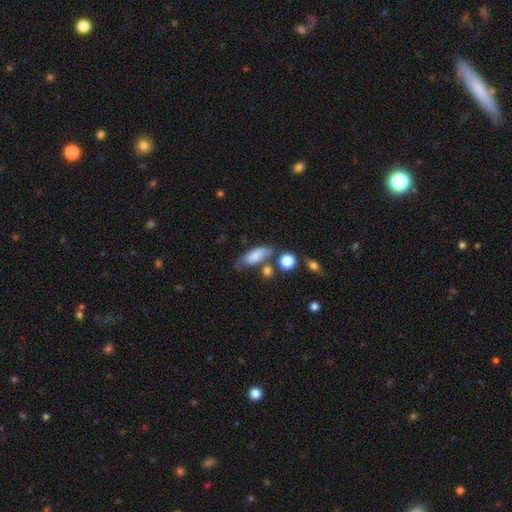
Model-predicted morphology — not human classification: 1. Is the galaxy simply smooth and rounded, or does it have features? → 73% smooth, 19% featured or disk, 8% star or artifact.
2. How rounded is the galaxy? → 73% in between, 22% cigar-shaped, 5% round.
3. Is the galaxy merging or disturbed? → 47% none, 27% minor disturbance, 14% merger, 13% major disturbance.